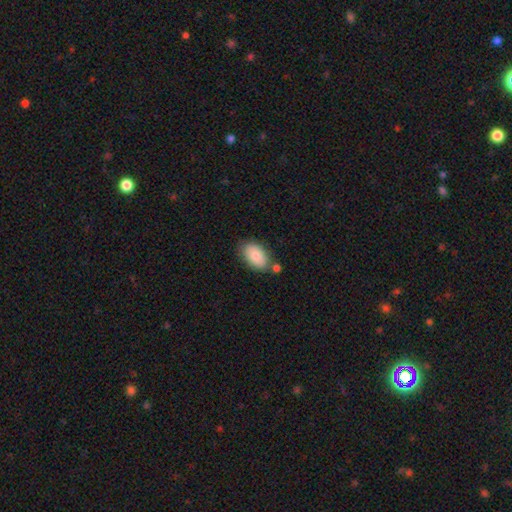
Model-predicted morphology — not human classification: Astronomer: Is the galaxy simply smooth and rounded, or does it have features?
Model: smooth — 83%.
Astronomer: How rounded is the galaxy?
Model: in between — 91%.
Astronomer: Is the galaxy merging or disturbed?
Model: none — 68%.